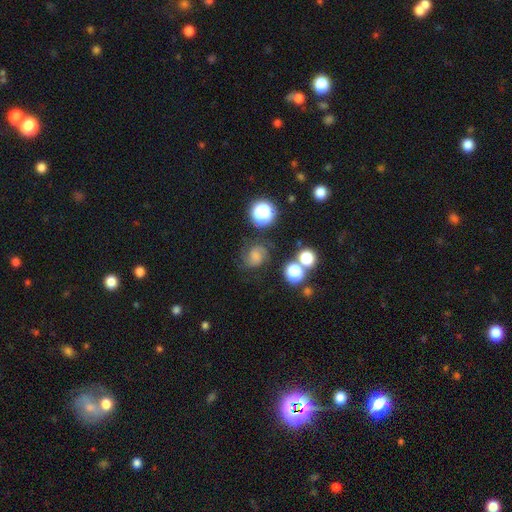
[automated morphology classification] type=featured or disk (56%); edge-on=no (97%); bar=no (49%); spiral arms=yes (94%); winding=medium (51%); arm count=2 (82%); bulge=small (32%); merging=none (70%).